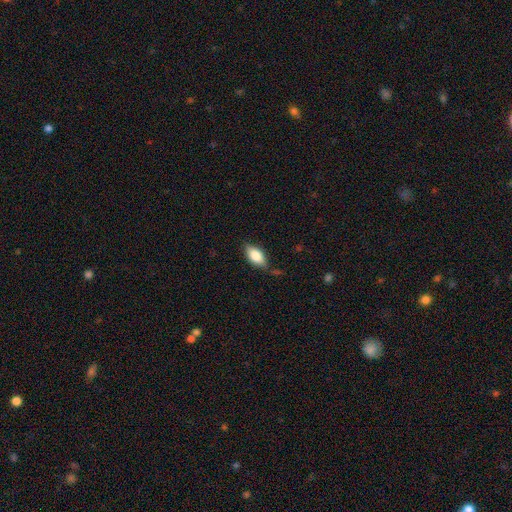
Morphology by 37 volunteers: This is likely a smooth galaxy (70%). How rounded: clearly in between (88%). Merging: clearly none (80%).